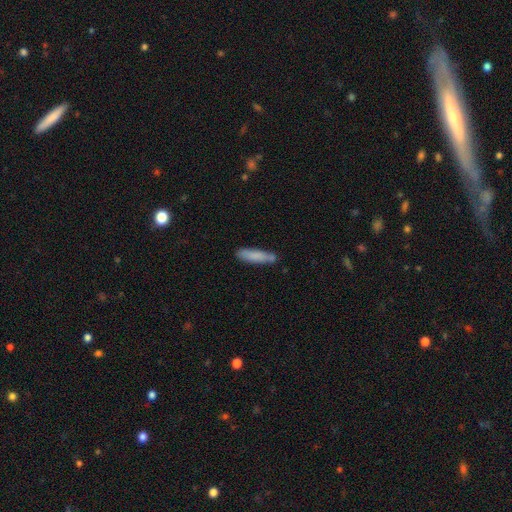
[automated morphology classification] A smooth galaxy with no disk features (79%) that is cigar-shaped (78%). Merging: none (70%).